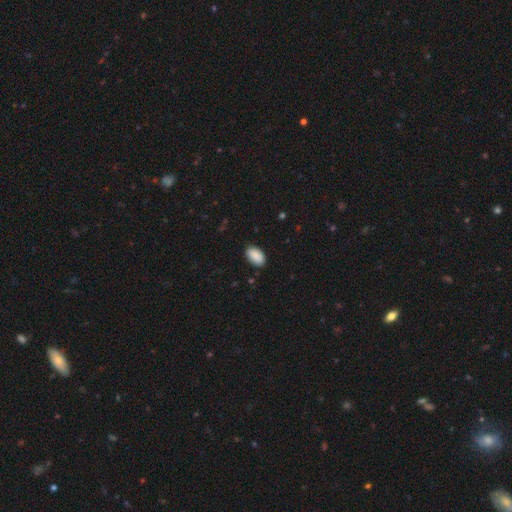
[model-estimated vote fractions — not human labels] Smooth or featured?
  - smooth: 90% *
  - star or artifact: 7%
  - featured or disk: 3%
How rounded?
  - in between: 94% *
  - round: 5%
  - cigar-shaped: 2%
Merging?
  - none: 87% *
  - minor disturbance: 10%
  - major disturbance: 2%
  - merger: 1%